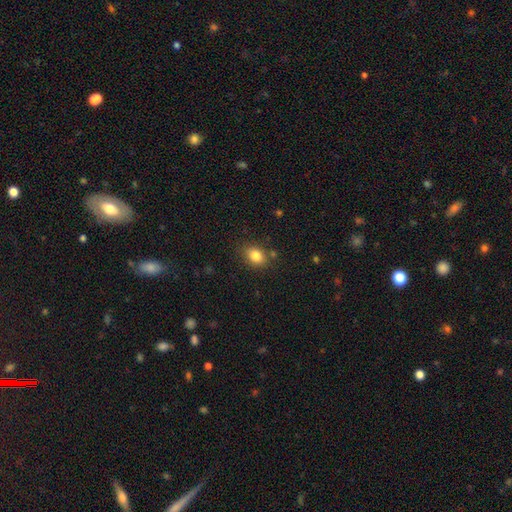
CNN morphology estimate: Smooth or featured?
  - smooth: 84% *
  - star or artifact: 10%
  - featured or disk: 6%
How rounded?
  - in between: 63% *
  - round: 35%
  - cigar-shaped: 1%
Merging?
  - none: 80% *
  - minor disturbance: 13%
  - merger: 4%
  - major disturbance: 3%